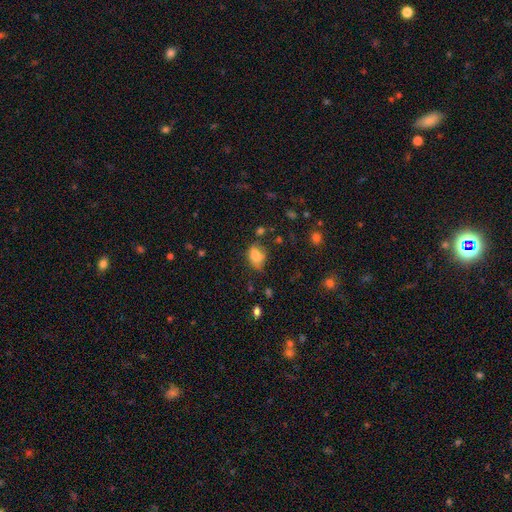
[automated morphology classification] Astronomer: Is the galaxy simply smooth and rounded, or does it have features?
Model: smooth — 76%.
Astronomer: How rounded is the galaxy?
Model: in between — 78%.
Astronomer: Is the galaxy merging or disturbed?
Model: none — 51% (runner-up: minor disturbance, 32%).